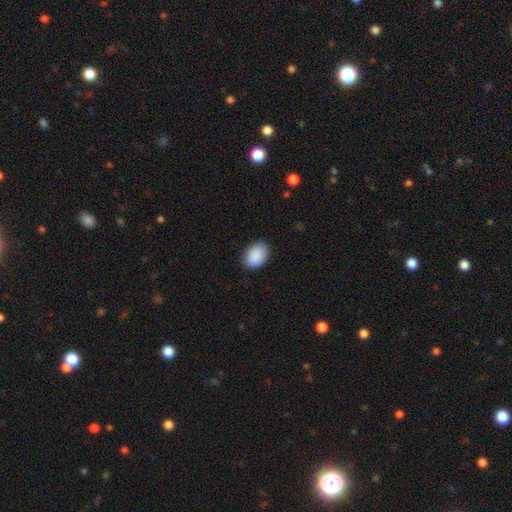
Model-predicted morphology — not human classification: Smooth or featured?
  - smooth: 91% *
  - star or artifact: 6%
  - featured or disk: 3%
How rounded?
  - in between: 83% *
  - round: 16%
  - cigar-shaped: 1%
Merging?
  - none: 85% *
  - minor disturbance: 12%
  - major disturbance: 2%
  - merger: 1%